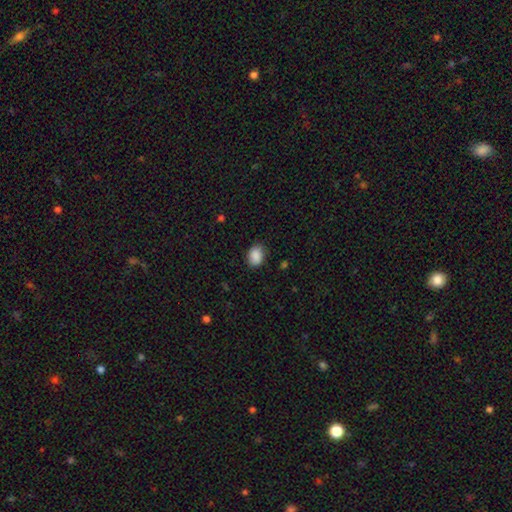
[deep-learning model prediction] A smooth galaxy with no disk features (89%) that is in between round and cigar-shaped (66%). Merging: none (81%).